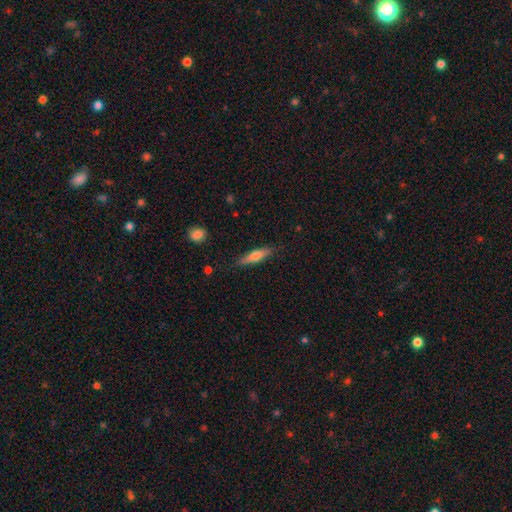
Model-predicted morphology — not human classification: smooth_or_featured: smooth (p=0.57) [alt: featured or disk p=0.37]
how_rounded: cigar-shaped (p=0.76) [alt: in between p=0.22]
merging: none (p=0.83) [alt: minor disturbance p=0.13]